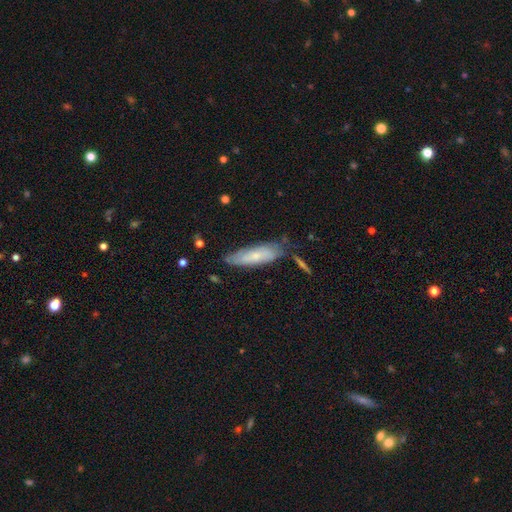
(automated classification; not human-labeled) Overall: smooth (60%; featured or disk 33%). How rounded: cigar-shaped (57%; in between 42%). Merging: none (66%).